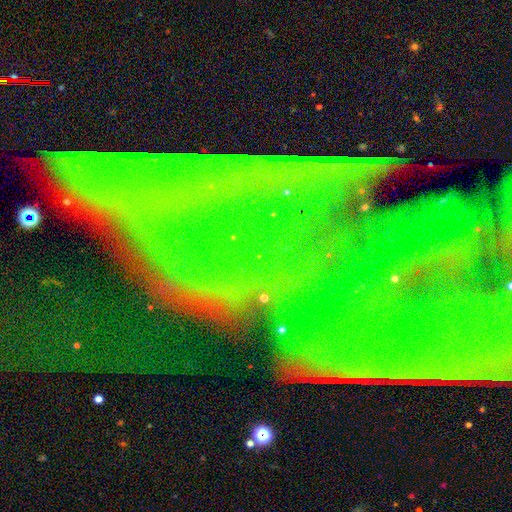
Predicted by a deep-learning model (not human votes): The model was most divided on "smooth or featured": star or artifact: 75%, featured or disk: 15%, smooth: 10%.